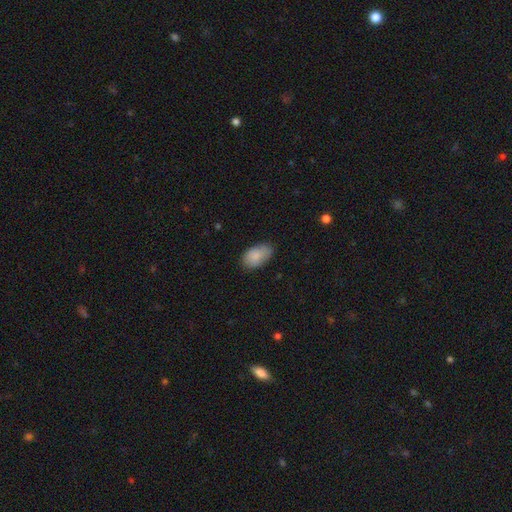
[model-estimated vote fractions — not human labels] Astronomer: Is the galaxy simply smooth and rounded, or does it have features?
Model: smooth — 86%.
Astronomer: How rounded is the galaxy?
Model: in between — 93%.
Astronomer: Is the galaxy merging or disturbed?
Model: none — 76%.